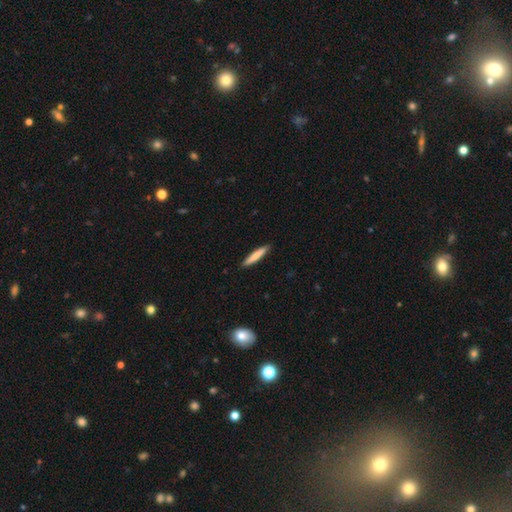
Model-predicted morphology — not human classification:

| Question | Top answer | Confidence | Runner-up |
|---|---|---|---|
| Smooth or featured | smooth | 76% | featured or disk (19%) |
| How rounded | cigar-shaped | 92% | in between (7%) |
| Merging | none | 90% | minor disturbance (7%) |